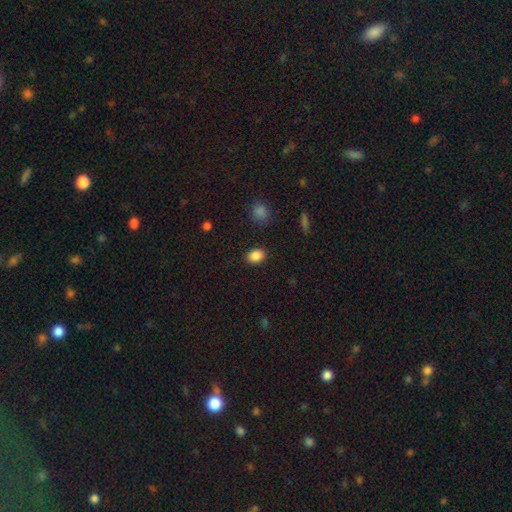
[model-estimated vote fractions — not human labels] This appears to be a smooth galaxy with no disk features (87%) that is in between round and cigar-shaped (69%). Merging: none (87%).